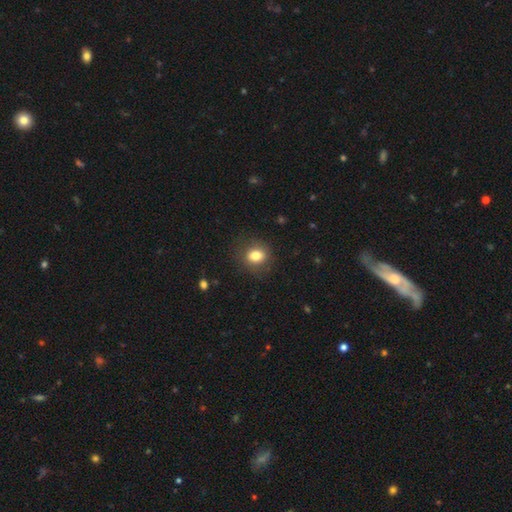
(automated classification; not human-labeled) A smooth galaxy with no disk features (80%) that is round (62%).

Vote fractions:
- Smooth or featured? smooth: 80% / star or artifact: 10% / featured or disk: 9%
- How rounded? round: 62% / in between: 37% / cigar-shaped: 1%
- Merging? none: 84% / minor disturbance: 11% / major disturbance: 4% / merger: 1%